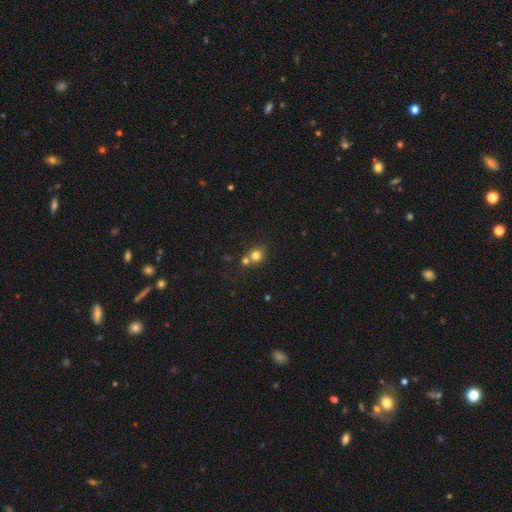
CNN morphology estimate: Smooth or featured? Predicted: smooth (p=0.78). How rounded? Predicted: round (p=0.84). Merging? Predicted: none (p=0.52).